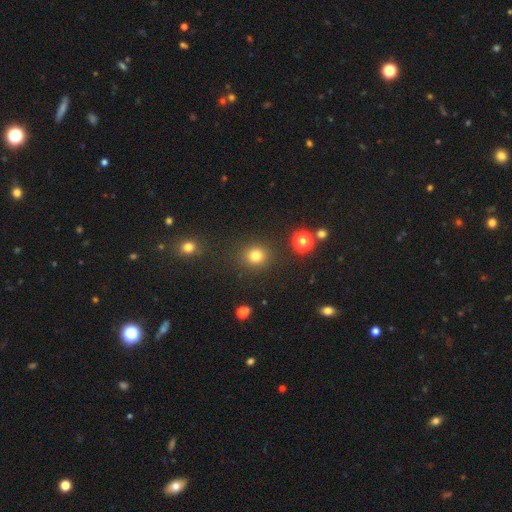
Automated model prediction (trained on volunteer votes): Smooth or featured?
  - smooth: 80% *
  - star or artifact: 15%
  - featured or disk: 6%
How rounded?
  - round: 87% *
  - in between: 12%
  - cigar-shaped: 1%
Merging?
  - none: 87% *
  - minor disturbance: 7%
  - major disturbance: 3%
  - merger: 3%